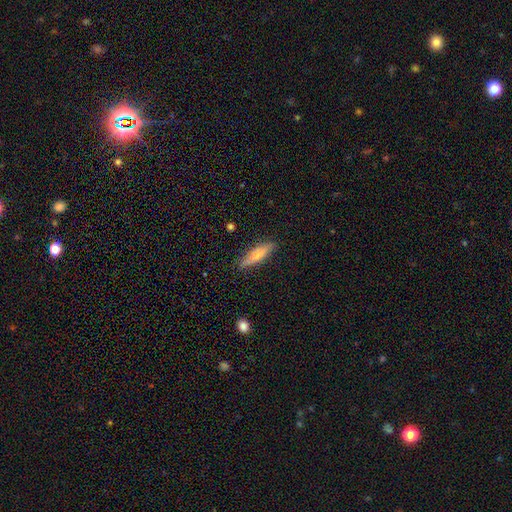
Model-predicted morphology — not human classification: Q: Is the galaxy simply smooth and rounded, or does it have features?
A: smooth — 62%.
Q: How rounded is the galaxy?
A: cigar-shaped — 76%.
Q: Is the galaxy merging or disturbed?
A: none — 84%.